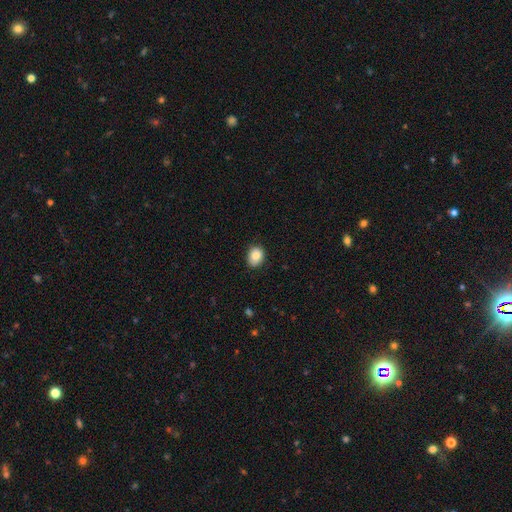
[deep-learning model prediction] Overall: smooth (87%). How rounded: in between (59%; round 40%). Merging: none (82%).